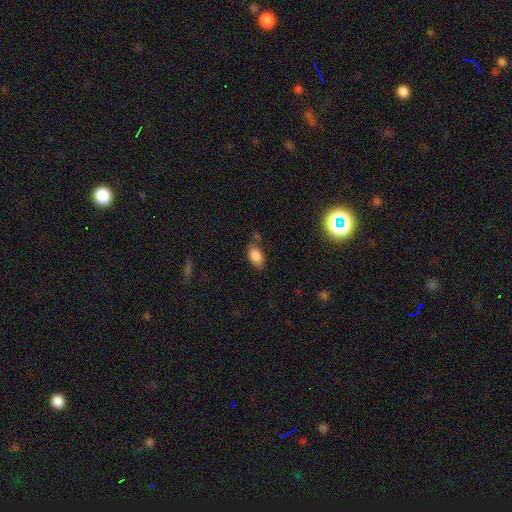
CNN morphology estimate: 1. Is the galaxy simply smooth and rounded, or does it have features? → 84% smooth, 9% star or artifact, 7% featured or disk.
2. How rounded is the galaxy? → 90% in between, 7% round, 2% cigar-shaped.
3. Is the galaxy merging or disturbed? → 58% none, 26% minor disturbance, 8% major disturbance, 7% merger.